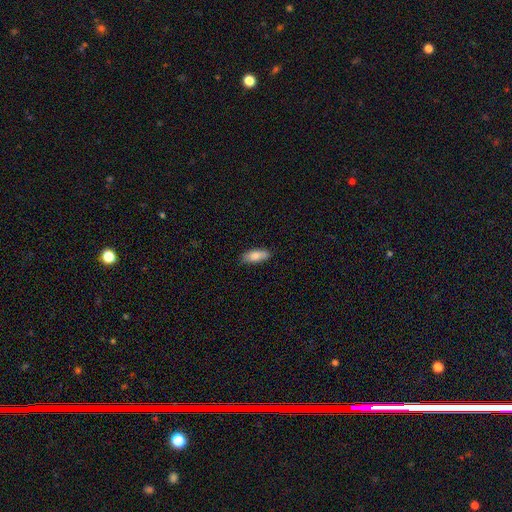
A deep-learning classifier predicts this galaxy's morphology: Q: Smooth or featured?
A: smooth (83%); runner-up: featured or disk (11%)
Q: How rounded?
A: in between (76%); runner-up: cigar-shaped (22%)
Q: Merging?
A: none (80%); runner-up: minor disturbance (16%)